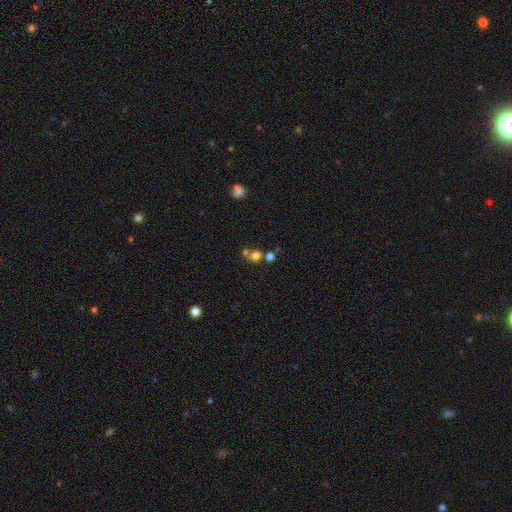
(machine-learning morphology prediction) A smooth galaxy with no disk features (71%) that is round (83%).

Vote fractions:
- Smooth or featured? smooth: 71% / star or artifact: 19% / featured or disk: 11%
- How rounded? round: 83% / in between: 16% / cigar-shaped: 1%
- Merging? none: 51% / merger: 37% / minor disturbance: 8% / major disturbance: 4%